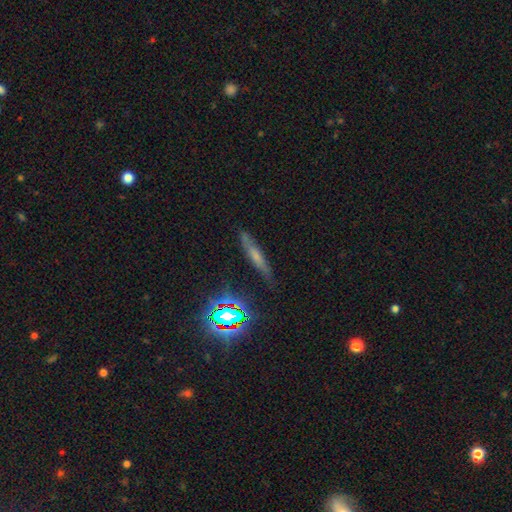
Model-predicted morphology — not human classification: This is marginally a smooth galaxy (43%). Merging: likely none (79%).